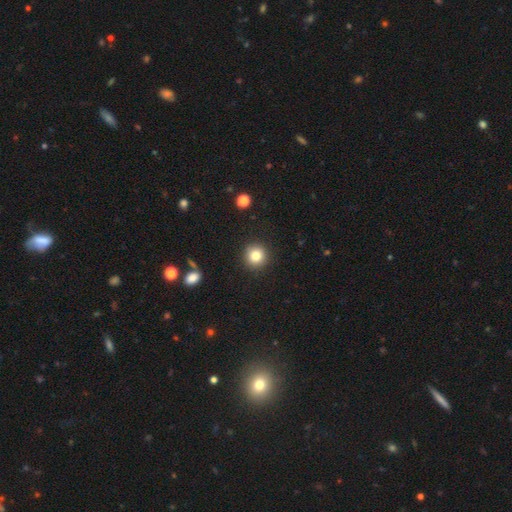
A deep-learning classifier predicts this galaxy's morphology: The model was most divided on "smooth or featured": smooth: 82%, star or artifact: 11%, featured or disk: 7%. More confident: how rounded — round (94%); merging — none (91%).